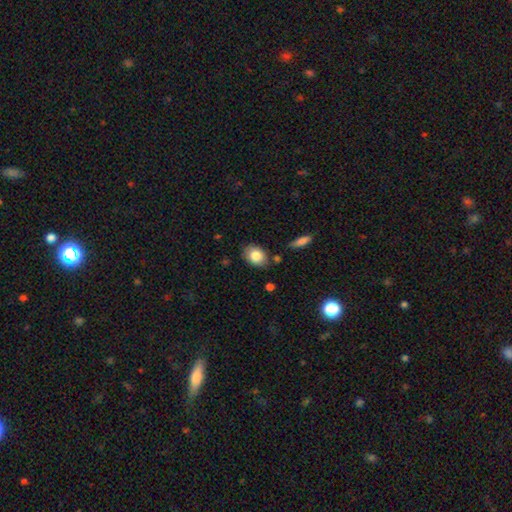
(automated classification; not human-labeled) A smooth galaxy with no disk features (83%) that is in between round and cigar-shaped (66%).

Vote fractions:
- Smooth or featured? smooth: 83% / featured or disk: 9% / star or artifact: 8%
- How rounded? in between: 66% / round: 32% / cigar-shaped: 1%
- Merging? none: 79% / minor disturbance: 14% / merger: 4% / major disturbance: 3%